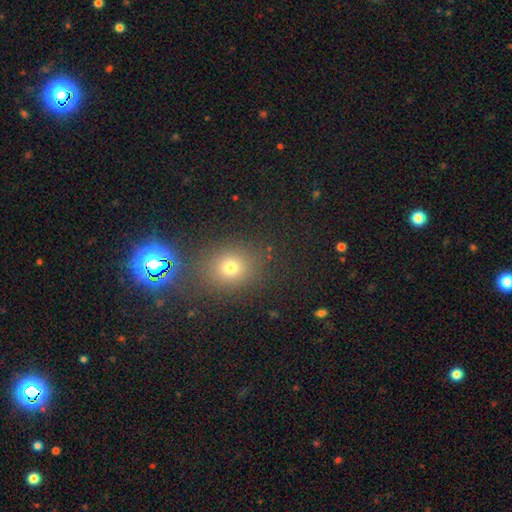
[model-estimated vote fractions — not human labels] Overall: smooth (54%; star or artifact 38%). How rounded: round (72%). Merging: none (82%).